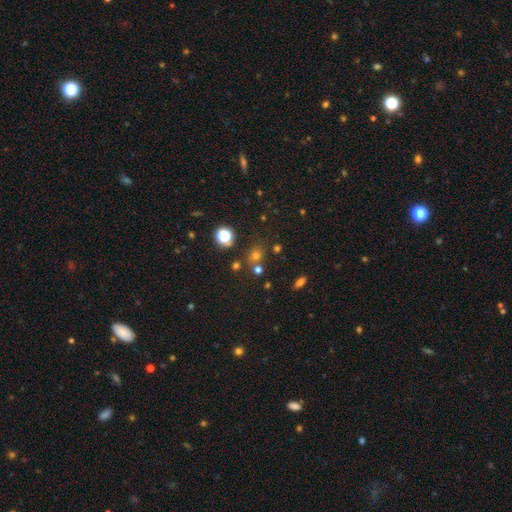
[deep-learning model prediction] This appears to be a smooth galaxy with no disk features (56%) that is round (79%). Merging: none (72%).